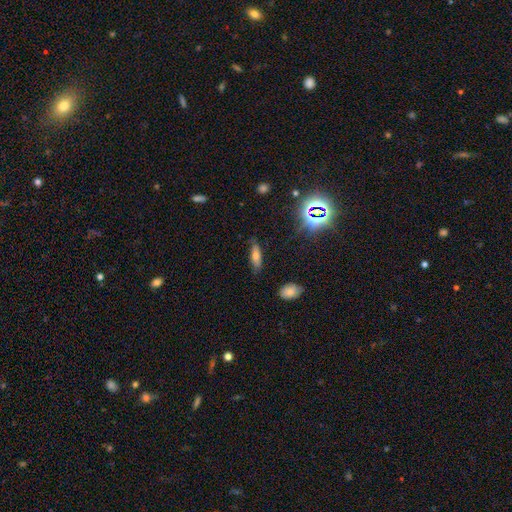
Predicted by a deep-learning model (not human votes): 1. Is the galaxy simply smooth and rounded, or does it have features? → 64% smooth, 22% featured or disk, 14% star or artifact.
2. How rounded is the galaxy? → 51% in between, 46% cigar-shaped, 3% round.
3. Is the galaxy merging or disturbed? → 78% none, 16% minor disturbance, 4% major disturbance, 2% merger.